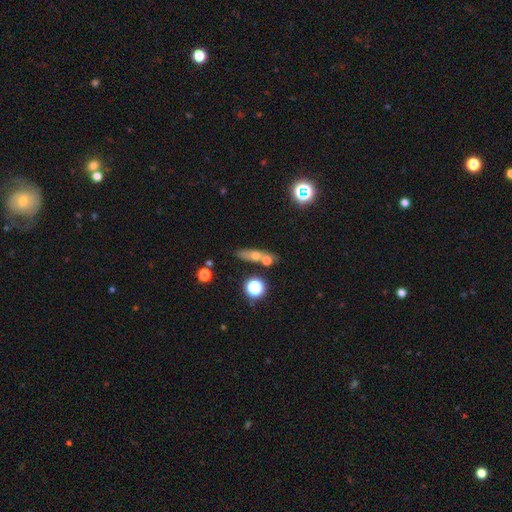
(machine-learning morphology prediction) A smooth galaxy with no disk features (55%) that is cigar-shaped (40%).

Vote fractions:
- Smooth or featured? smooth: 55% / featured or disk: 28% / star or artifact: 17%
- How rounded? cigar-shaped: 40% / in between: 39% / round: 21%
- Merging? none: 54% / merger: 30% / minor disturbance: 11% / major disturbance: 5%